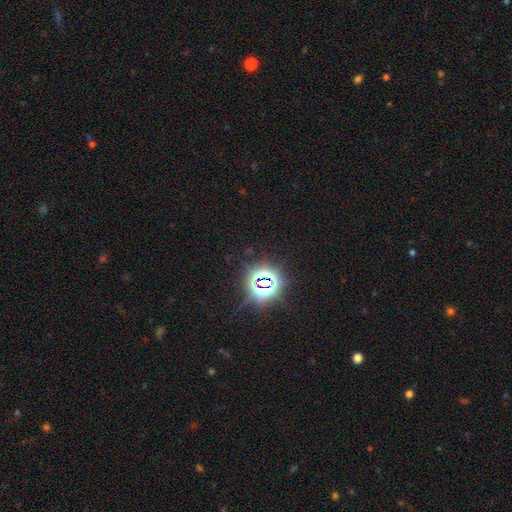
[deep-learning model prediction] This is clearly a star or artifact rather than a galaxy (82%).